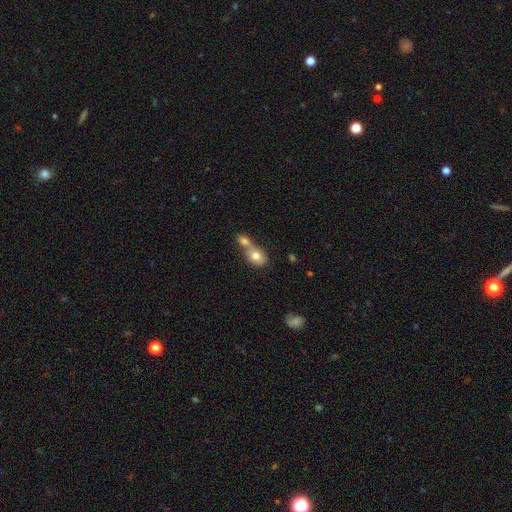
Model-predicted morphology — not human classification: Q: Smooth or featured?
A: smooth (76%); runner-up: featured or disk (16%)
Q: How rounded?
A: in between (57%); runner-up: round (41%)
Q: Merging?
A: merger (65%); runner-up: none (24%)